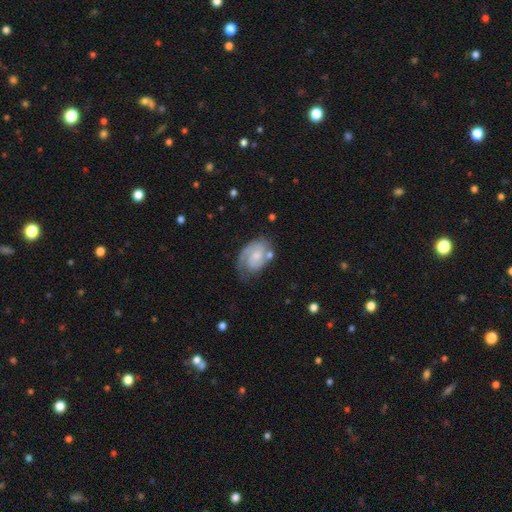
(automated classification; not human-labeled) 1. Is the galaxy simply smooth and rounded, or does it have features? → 77% featured or disk, 17% smooth, 6% star or artifact.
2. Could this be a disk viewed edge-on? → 97% no, 3% yes.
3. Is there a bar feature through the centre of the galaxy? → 59% no, 36% weak, 5% strong.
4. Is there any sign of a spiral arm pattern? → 94% yes, 6% no.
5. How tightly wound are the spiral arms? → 49% tight, 39% medium, 12% loose.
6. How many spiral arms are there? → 58% 2, 26% 1, 10% can't tell, 4% 3, 1% 4, 1% more than 4.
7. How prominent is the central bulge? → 44% small, 36% moderate, 15% none, 4% large, 1% dominant.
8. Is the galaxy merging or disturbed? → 57% none, 24% minor disturbance, 12% major disturbance, 7% merger.